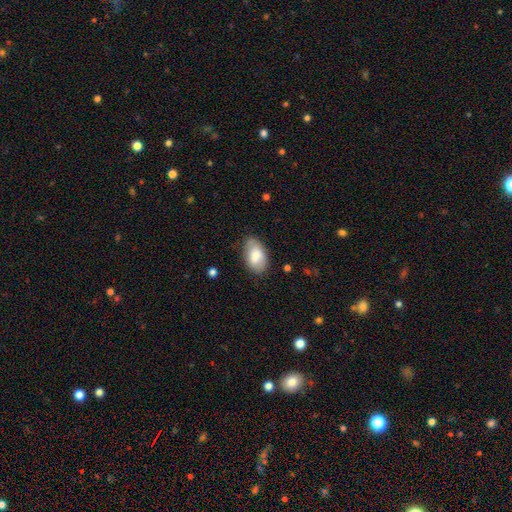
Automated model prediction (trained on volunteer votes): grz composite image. It shows a smooth galaxy with no disk features (77%) that is in between round and cigar-shaped (94%). Merging: none (74%).